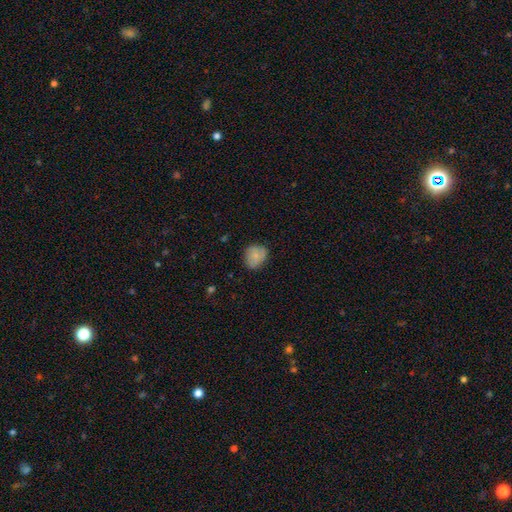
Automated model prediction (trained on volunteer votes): Smooth or featured? Predicted: smooth (p=0.78). How rounded? Predicted: round (p=0.63). Merging? Predicted: none (p=0.74).